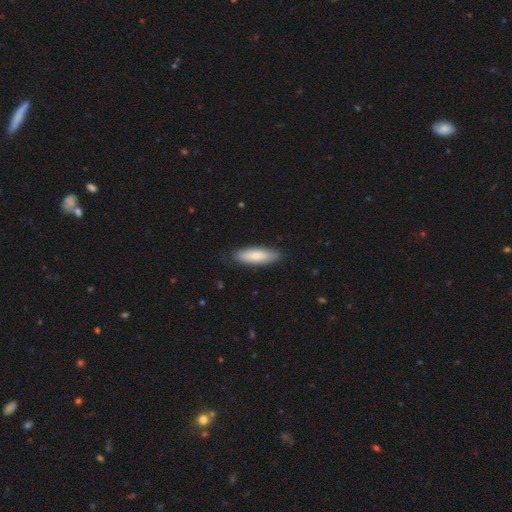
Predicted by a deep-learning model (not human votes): smooth-or-featured: smooth: 78% | featured or disk: 17% | star or artifact: 5%
  how-rounded: in between: 52% | cigar-shaped: 47% | round: 2%
  merging: none: 83% | minor disturbance: 13% | major disturbance: 2% | merger: 1%